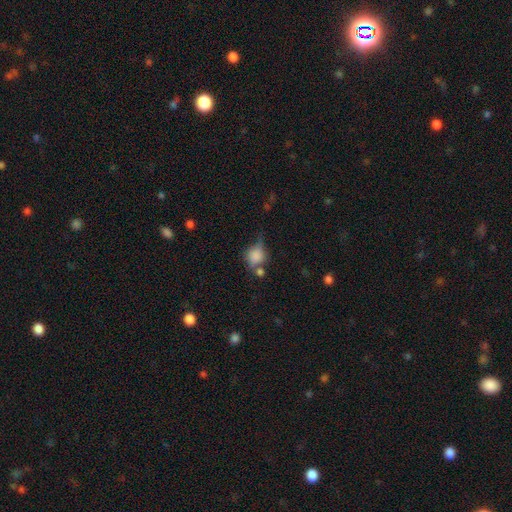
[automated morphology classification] This is likely a smooth galaxy (72%). How rounded: likely round (68%). Merging: marginally none (39%).